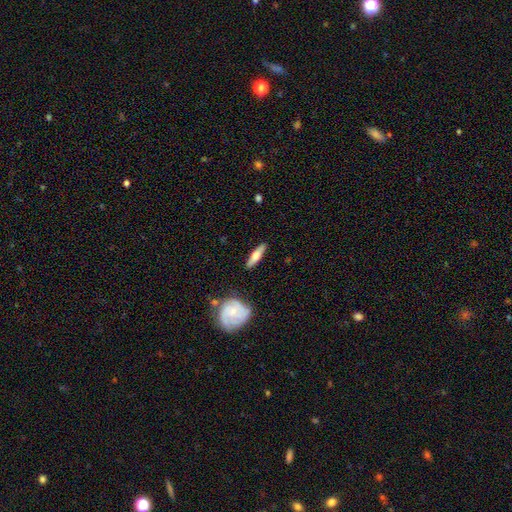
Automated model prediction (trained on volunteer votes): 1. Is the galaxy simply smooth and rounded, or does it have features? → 56% smooth, 38% featured or disk, 6% star or artifact.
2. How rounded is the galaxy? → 68% cigar-shaped, 30% in between, 2% round.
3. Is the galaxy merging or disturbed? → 85% none, 11% minor disturbance, 2% merger, 2% major disturbance.